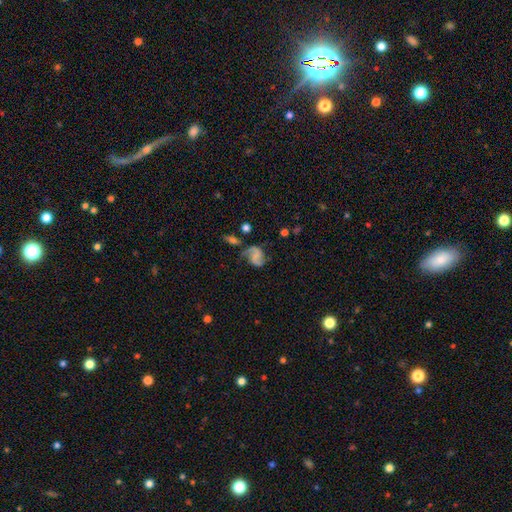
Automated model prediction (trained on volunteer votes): featured or disk 77%, smooth 15%, star or artifact 8%. Down the decision tree: edge-on disk — no (98%); bar — no (52%); spiral arms — yes (95%); spiral arm count — 2 (88%); spiral winding — loose (47%); bulge size — none (63%); merging — none (60%).